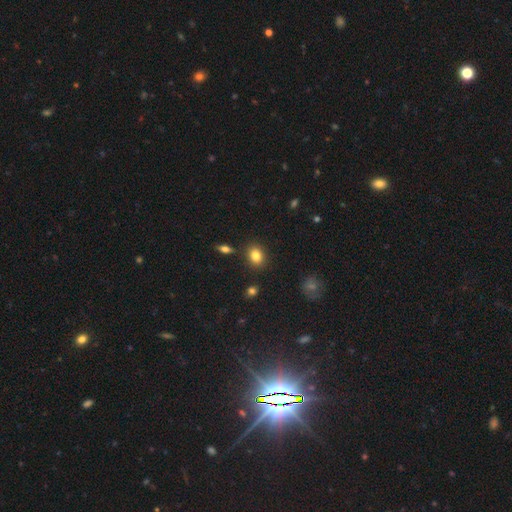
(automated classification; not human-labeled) A smooth galaxy with no disk features (84%) that is in between round and cigar-shaped (62%).

Vote fractions:
- Smooth or featured? smooth: 84% / star or artifact: 9% / featured or disk: 7%
- How rounded? in between: 62% / round: 36% / cigar-shaped: 1%
- Merging? none: 86% / minor disturbance: 9% / merger: 3% / major disturbance: 2%